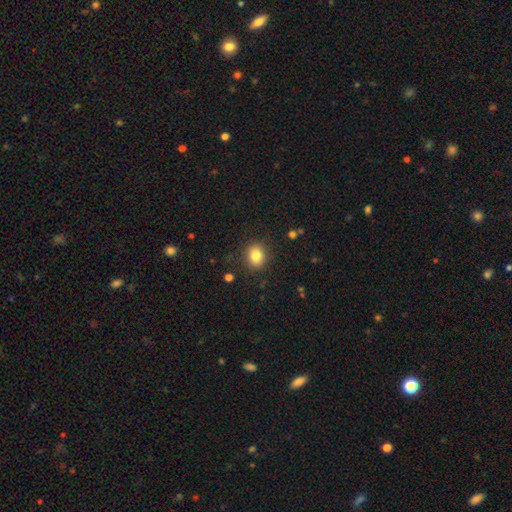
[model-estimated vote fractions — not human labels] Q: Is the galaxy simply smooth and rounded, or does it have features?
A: smooth — 83%.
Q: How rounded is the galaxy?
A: round — 65%.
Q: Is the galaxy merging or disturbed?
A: none — 88%.